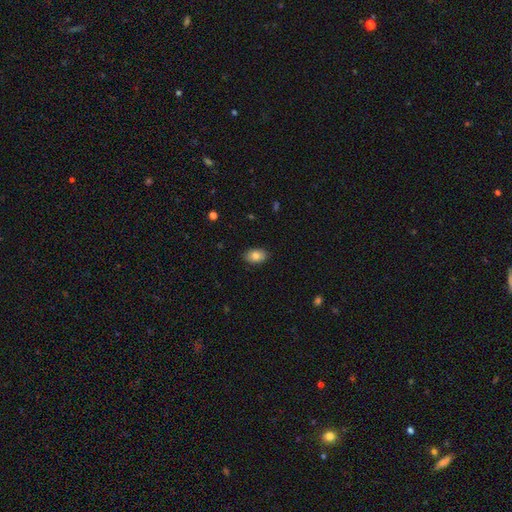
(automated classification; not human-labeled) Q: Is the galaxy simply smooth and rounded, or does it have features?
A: smooth — 84%.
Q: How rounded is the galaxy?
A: in between — 89%.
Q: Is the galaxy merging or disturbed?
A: none — 87%.